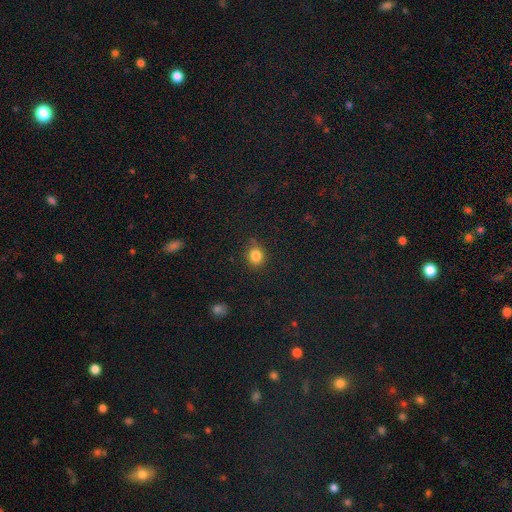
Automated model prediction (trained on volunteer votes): smooth_or_featured: smooth (p=0.84) [alt: star or artifact p=0.11]
how_rounded: round (p=0.79) [alt: in between p=0.20]
merging: none (p=0.83) [alt: minor disturbance p=0.12]